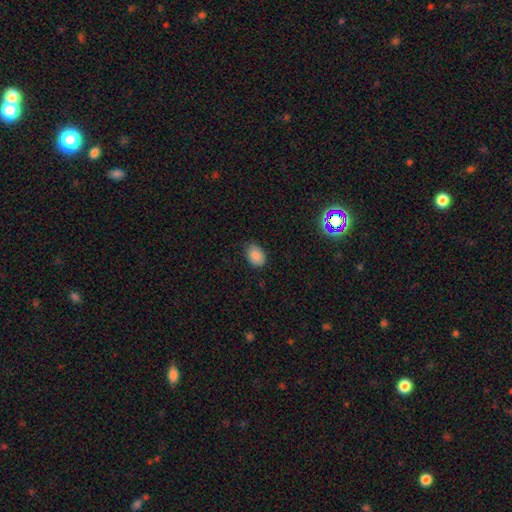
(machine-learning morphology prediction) A smooth galaxy with no disk features (86%) that is in between round and cigar-shaped (80%).

Vote fractions:
- Smooth or featured? smooth: 86% / star or artifact: 10% / featured or disk: 4%
- How rounded? in between: 80% / round: 19% / cigar-shaped: 1%
- Merging? none: 76% / minor disturbance: 20% / major disturbance: 3% / merger: 1%